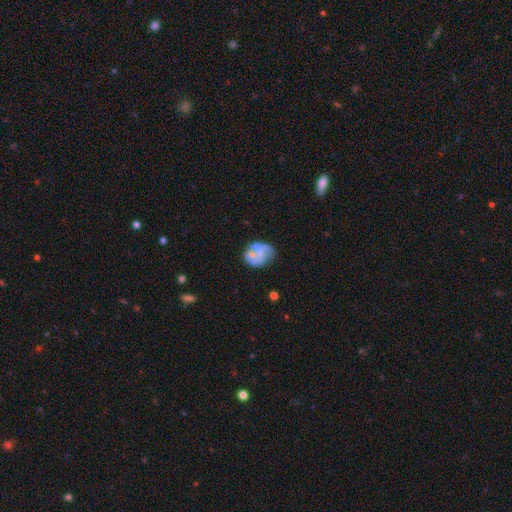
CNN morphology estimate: Smooth or featured? smooth (47%)
Merging? none (39%)